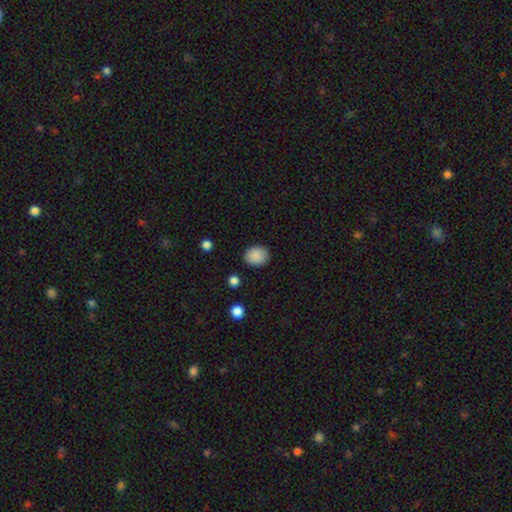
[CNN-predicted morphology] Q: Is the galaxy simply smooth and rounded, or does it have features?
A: smooth — 88%.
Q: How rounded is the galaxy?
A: round — 59%.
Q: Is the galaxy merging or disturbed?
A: none — 86%.